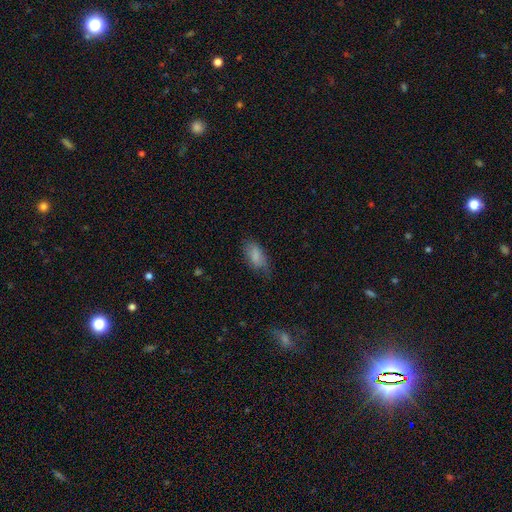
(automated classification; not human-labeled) smooth 82%, featured or disk 10%, star or artifact 7%. Down the decision tree: how rounded — in between (90%); merging — none (60%).